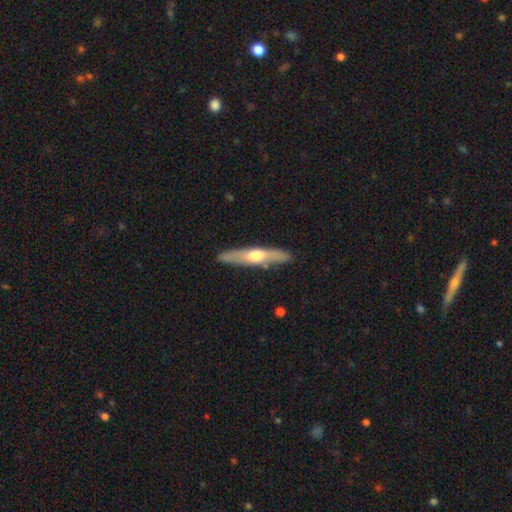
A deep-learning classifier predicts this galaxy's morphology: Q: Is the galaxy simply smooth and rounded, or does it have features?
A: featured or disk — 53%.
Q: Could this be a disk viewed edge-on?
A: yes — 86%.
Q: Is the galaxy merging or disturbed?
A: none — 87%.